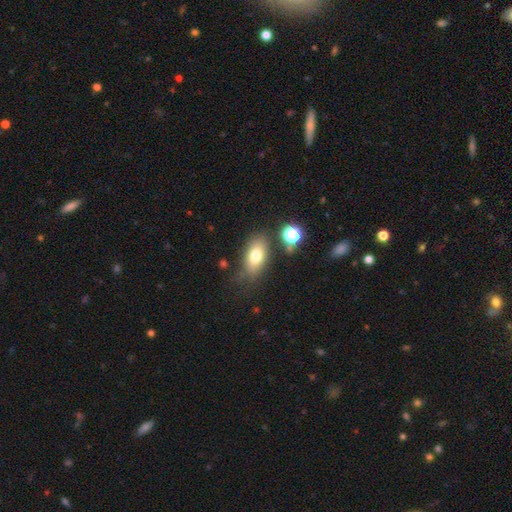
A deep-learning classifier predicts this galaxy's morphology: Smooth or featured? Predicted: smooth (p=0.74). How rounded? Predicted: in between (p=0.86). Merging? Predicted: none (p=0.73).